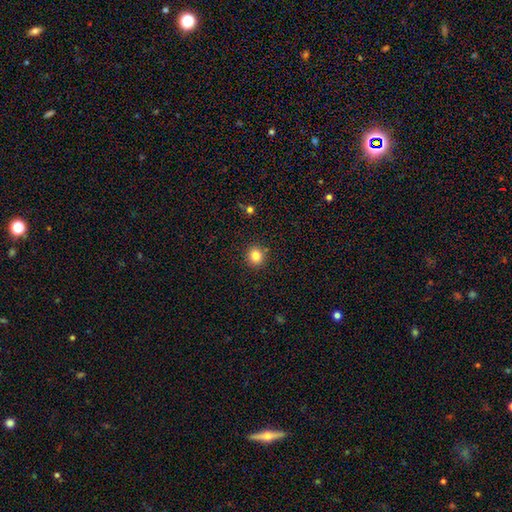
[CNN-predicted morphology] smooth-or-featured: smooth: 84% | star or artifact: 12% | featured or disk: 5%
  how-rounded: round: 87% | in between: 12% | cigar-shaped: 1%
  merging: none: 90% | minor disturbance: 6% | merger: 2% | major disturbance: 2%